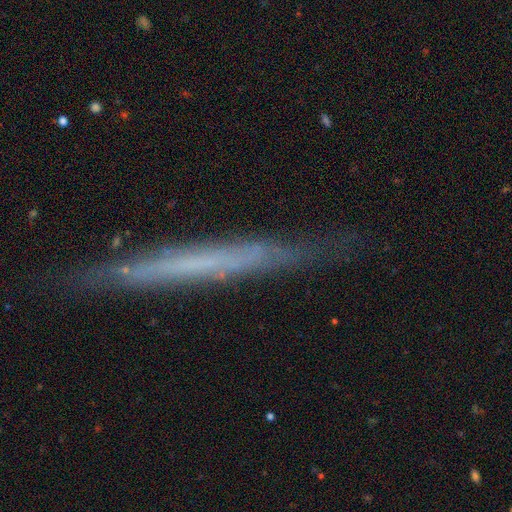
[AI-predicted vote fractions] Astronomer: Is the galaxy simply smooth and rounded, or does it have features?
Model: featured or disk — 51% (runner-up: smooth, 40%).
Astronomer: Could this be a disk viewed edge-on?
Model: yes — 89%.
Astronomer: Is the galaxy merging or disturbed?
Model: none — 76%.